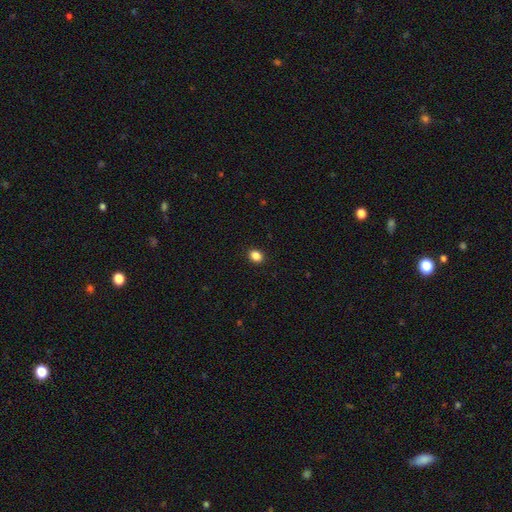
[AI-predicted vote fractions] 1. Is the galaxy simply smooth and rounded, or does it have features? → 87% smooth, 10% star or artifact, 3% featured or disk.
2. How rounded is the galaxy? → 59% round, 40% in between, 1% cigar-shaped.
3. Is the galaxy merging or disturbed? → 92% none, 6% minor disturbance, 2% major disturbance, 1% merger.